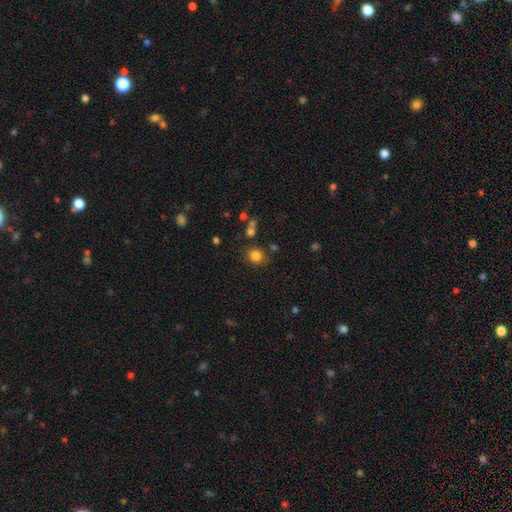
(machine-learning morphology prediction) Smooth or featured: smooth — 82% (star or artifact — 13%)
How rounded: round — 72% (in between — 28%)
Merging: none — 78% (minor disturbance — 12%)